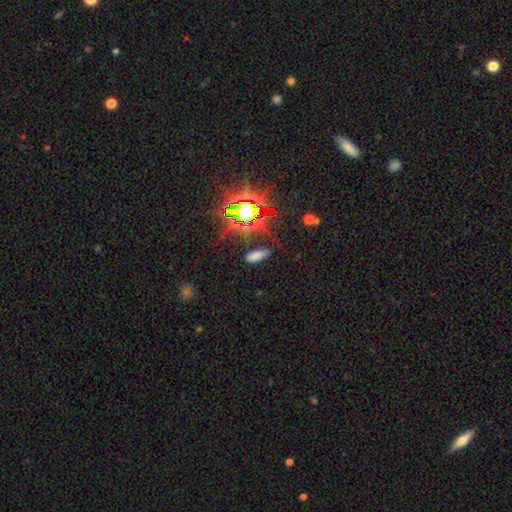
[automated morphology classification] Smooth or featured: smooth — 62% (star or artifact — 29%)
How rounded: in between — 74% (cigar-shaped — 23%)
Merging: none — 78% (minor disturbance — 14%)